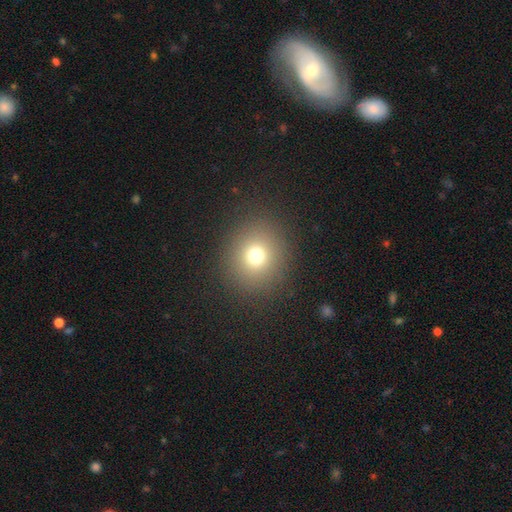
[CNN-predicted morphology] Q: Smooth or featured?
A: smooth (72%); runner-up: star or artifact (18%)
Q: How rounded?
A: round (84%); runner-up: in between (15%)
Q: Merging?
A: none (88%); runner-up: minor disturbance (6%)